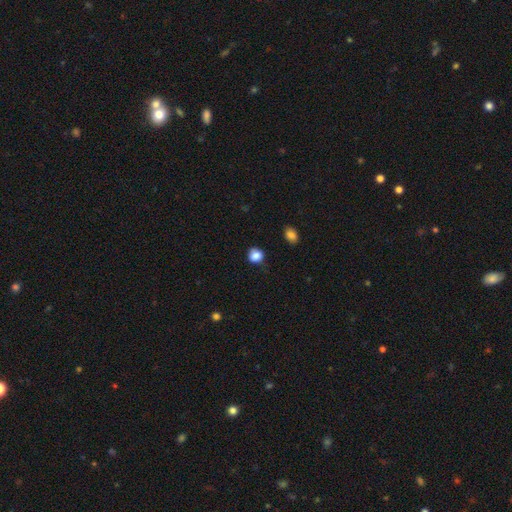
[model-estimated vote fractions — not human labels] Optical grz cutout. It shows a smooth galaxy with no disk features (86%) that is round (82%). Merging: none (77%).